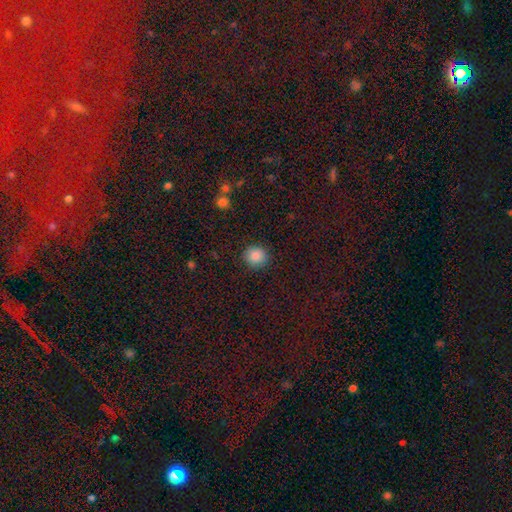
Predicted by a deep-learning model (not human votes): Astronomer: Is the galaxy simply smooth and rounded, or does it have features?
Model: smooth — 85%.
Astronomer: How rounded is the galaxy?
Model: round — 89%.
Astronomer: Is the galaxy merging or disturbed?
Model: none — 90%.